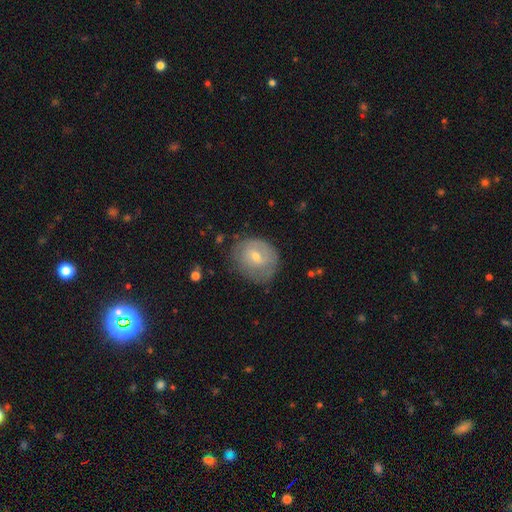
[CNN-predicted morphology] type=smooth (46%); merging=none (65%).